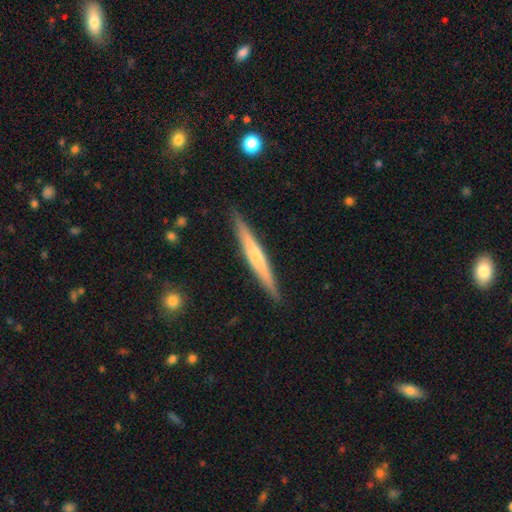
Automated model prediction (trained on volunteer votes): Smooth or featured? featured or disk (64%)
Edge-on disk? yes (97%)
Edge-on bulge? rounded (61%)
Merging? none (91%)